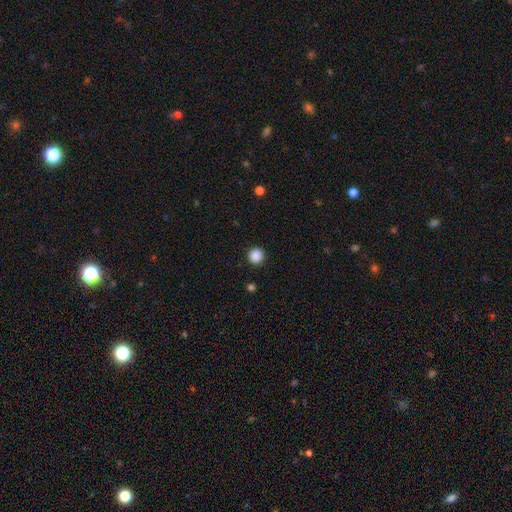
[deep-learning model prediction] This is clearly a smooth galaxy (88%). How rounded: clearly round (95%). Merging: clearly none (92%).